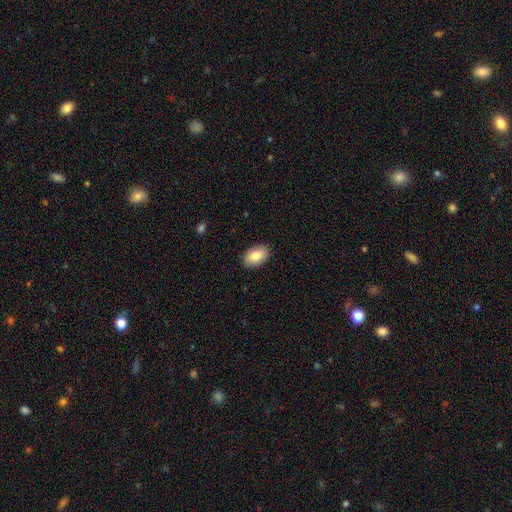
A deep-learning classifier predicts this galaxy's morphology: smooth 82%, featured or disk 12%, star or artifact 6%. Down the decision tree: how rounded — in between (92%); merging — none (89%).